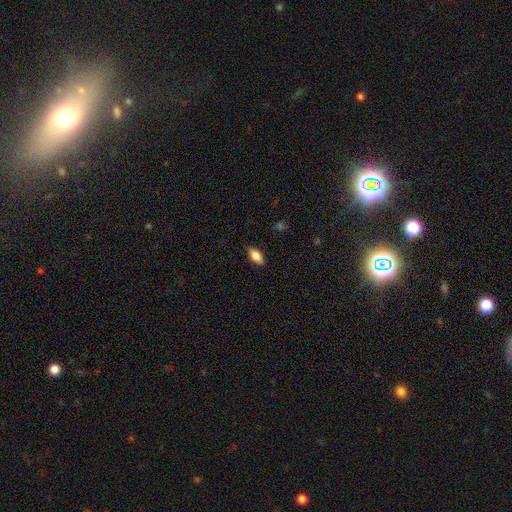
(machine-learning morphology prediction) Smooth or featured? Predicted: smooth (p=0.81). How rounded? Predicted: in between (p=0.88). Merging? Predicted: none (p=0.86).